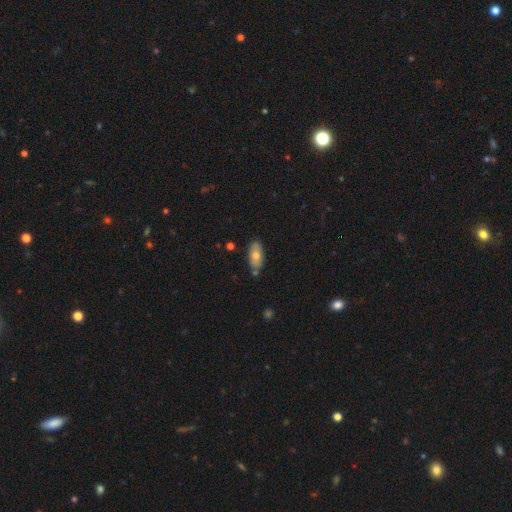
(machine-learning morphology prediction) Q: Smooth or featured?
A: smooth (64%); runner-up: featured or disk (27%)
Q: How rounded?
A: in between (87%); runner-up: cigar-shaped (10%)
Q: Merging?
A: none (78%); runner-up: minor disturbance (14%)